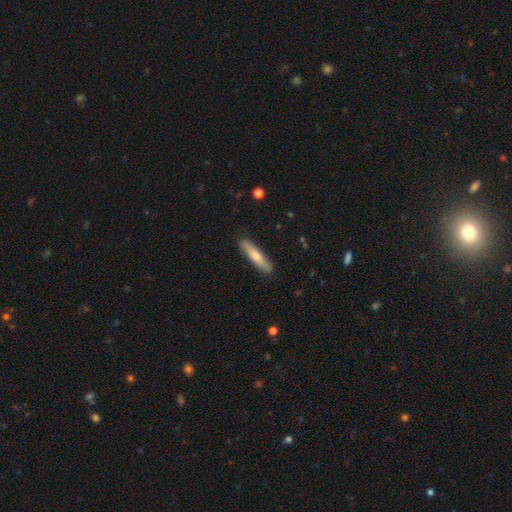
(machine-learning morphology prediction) Smooth or featured: smooth — 68% (featured or disk — 27%)
How rounded: cigar-shaped — 83% (in between — 15%)
Merging: none — 87% (minor disturbance — 10%)